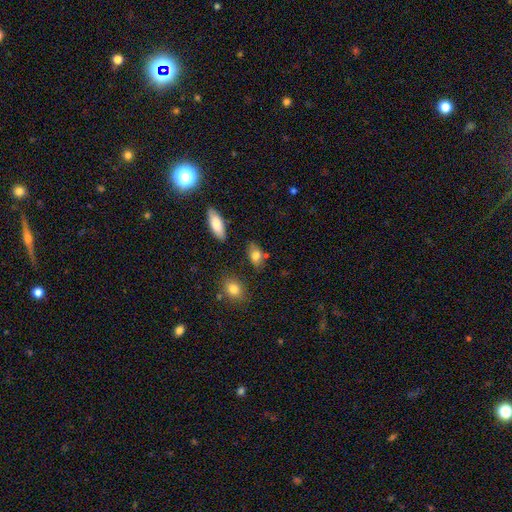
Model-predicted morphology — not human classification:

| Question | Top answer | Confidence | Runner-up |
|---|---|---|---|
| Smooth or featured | smooth | 79% | featured or disk (12%) |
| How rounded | in between | 82% | round (13%) |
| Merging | none | 72% | minor disturbance (17%) |